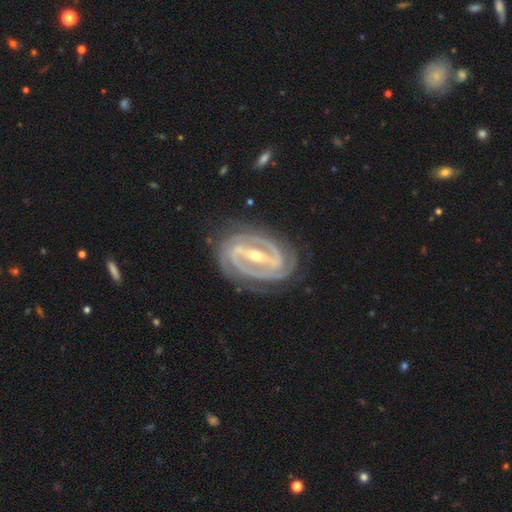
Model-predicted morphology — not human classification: featured or disk 93%, star or artifact 4%, smooth 3%. Down the decision tree: edge-on disk — no (96%); bar — strong (79%); spiral arms — yes (98%); spiral arm count — 2 (74%); spiral winding — tight (71%); bulge size — moderate (48%, tied with small); merging — none (80%).